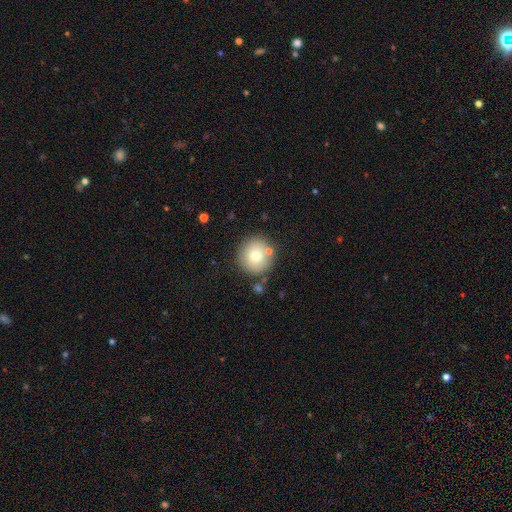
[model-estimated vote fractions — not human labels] Q: Smooth or featured?
A: smooth (72%); runner-up: featured or disk (18%)
Q: How rounded?
A: round (93%); runner-up: in between (6%)
Q: Merging?
A: none (79%); runner-up: minor disturbance (10%)